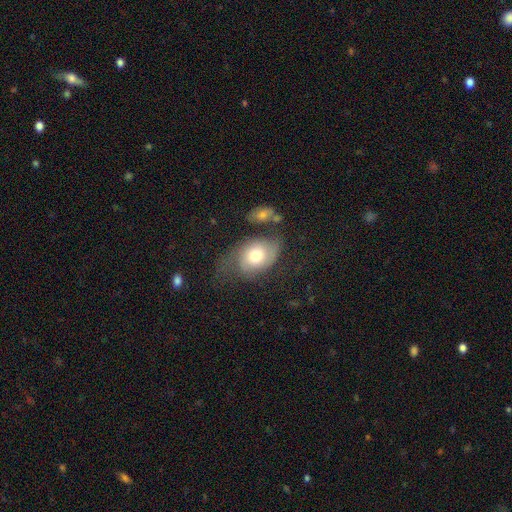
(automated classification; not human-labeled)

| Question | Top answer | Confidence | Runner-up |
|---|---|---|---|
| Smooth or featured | smooth | 57% | featured or disk (35%) |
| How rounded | in between | 69% | round (30%) |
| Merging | none | 35% | major disturbance (29%) |